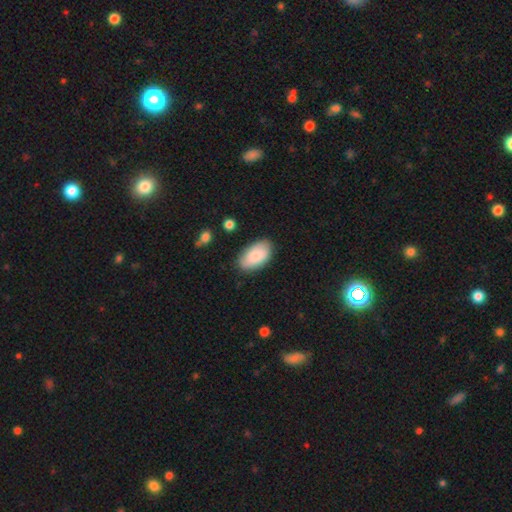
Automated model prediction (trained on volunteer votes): smooth_or_featured: smooth (p=0.82) [alt: featured or disk p=0.12]
how_rounded: in between (p=0.95) [alt: round p=0.03]
merging: none (p=0.82) [alt: minor disturbance p=0.14]